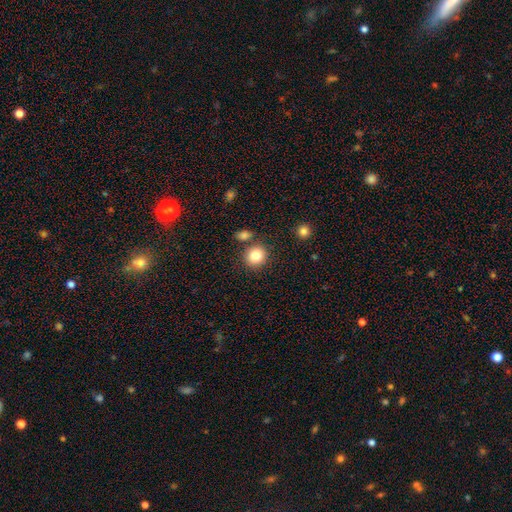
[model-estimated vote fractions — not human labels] smooth_or_featured: smooth (p=0.84) [alt: star or artifact p=0.10]
how_rounded: round (p=0.82) [alt: in between p=0.17]
merging: none (p=0.80) [alt: merger p=0.09]